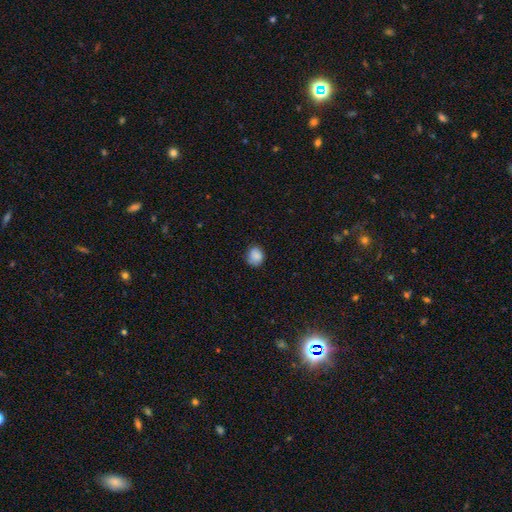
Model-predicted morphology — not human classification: type=smooth (87%); roundness=round (60%); merging=none (76%).